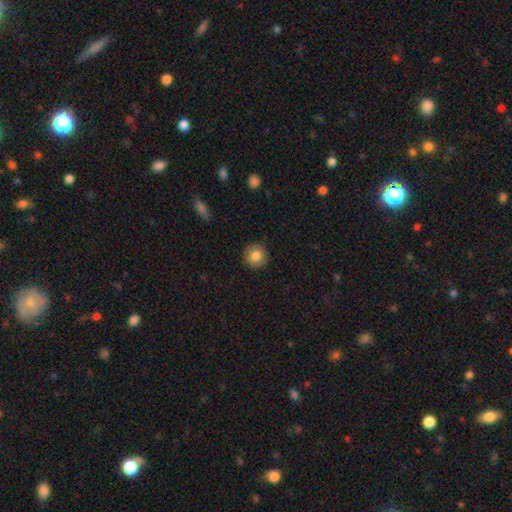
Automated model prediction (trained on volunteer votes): Smooth or featured? Predicted: smooth (p=0.82). How rounded? Predicted: round (p=0.93). Merging? Predicted: none (p=0.90).